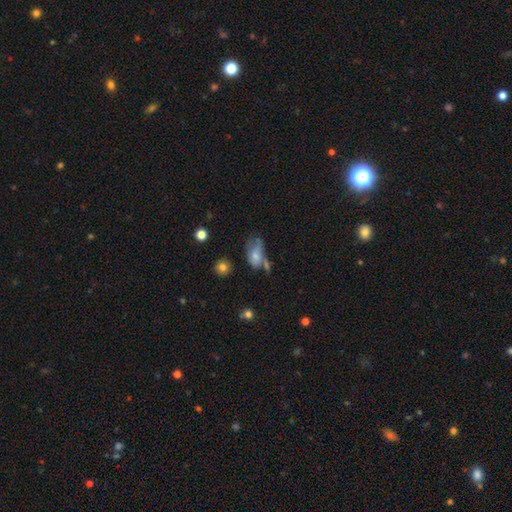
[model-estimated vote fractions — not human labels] smooth 63%, featured or disk 27%, star or artifact 11%. Down the decision tree: how rounded — in between (86%); merging — minor disturbance (28%).